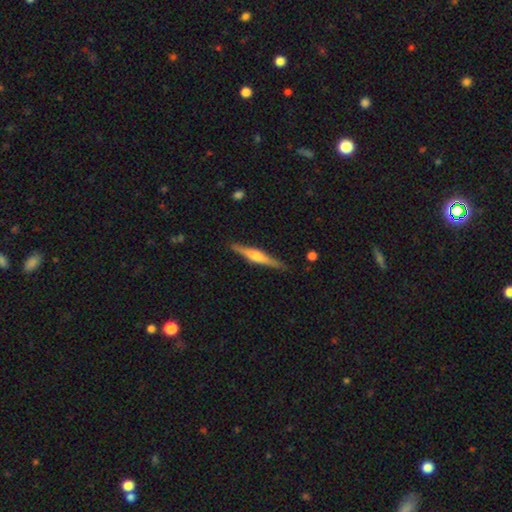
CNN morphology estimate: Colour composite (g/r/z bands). It shows a featured or disk galaxy (69%) viewed edge-on (98%) with a rounded central bulge (82%). Merging: none (89%).